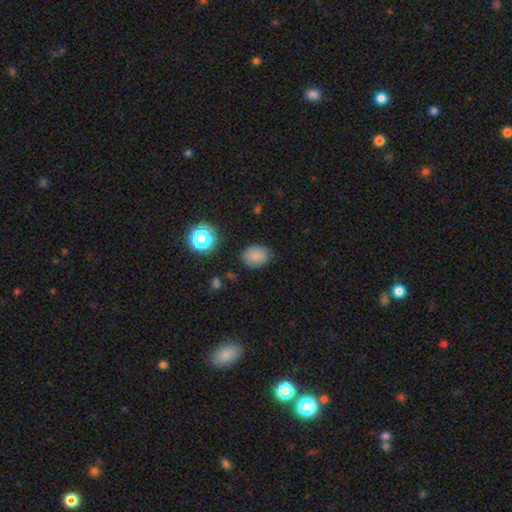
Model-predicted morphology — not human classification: smooth_or_featured: smooth (p=0.81) [alt: star or artifact p=0.12]
how_rounded: in between (p=0.66) [alt: round p=0.33]
merging: none (p=0.77) [alt: minor disturbance p=0.17]